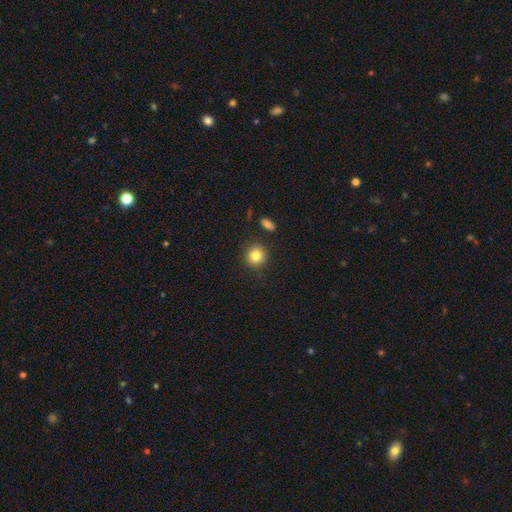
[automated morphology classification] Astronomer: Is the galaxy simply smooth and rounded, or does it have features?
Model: smooth — 83%.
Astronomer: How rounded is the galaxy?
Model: round — 90%.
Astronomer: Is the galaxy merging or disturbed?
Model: none — 87%.